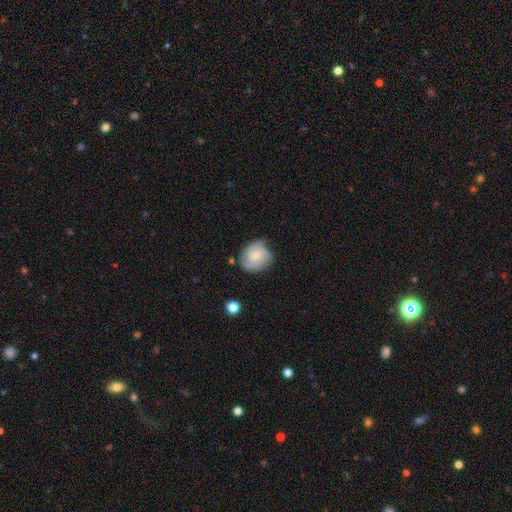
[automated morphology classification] Smooth or featured: smooth — 47% (featured or disk — 46%)
Merging: none — 61% (minor disturbance — 29%)